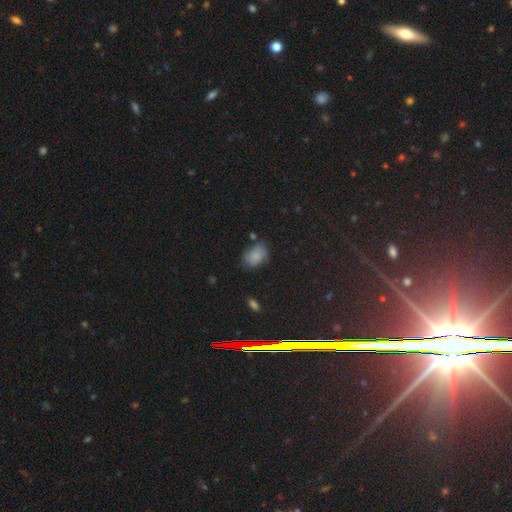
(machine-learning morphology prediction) Overall: smooth (83%). How rounded: in between (81%). Merging: none (67%).